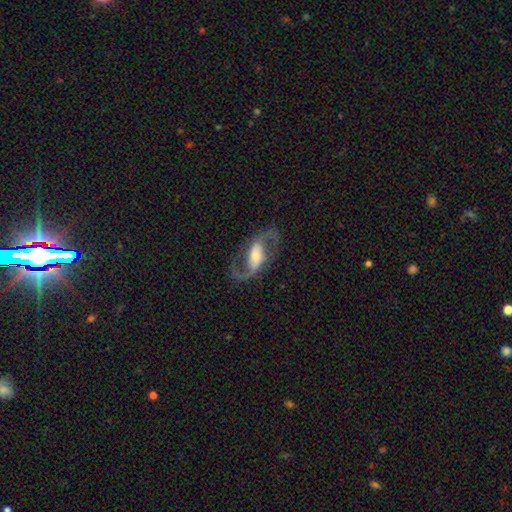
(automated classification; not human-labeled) This is clearly a featured or disk galaxy (89%). It is clearly not viewed edge-on (96%). Bar: marginally strong (40%). Spiral arm pattern: clearly yes (96%). Spiral arm count: clearly 2 (93%). Spiral winding: possibly medium (47%). Central bulge: possibly moderate (49%). Merging: clearly none (81%).